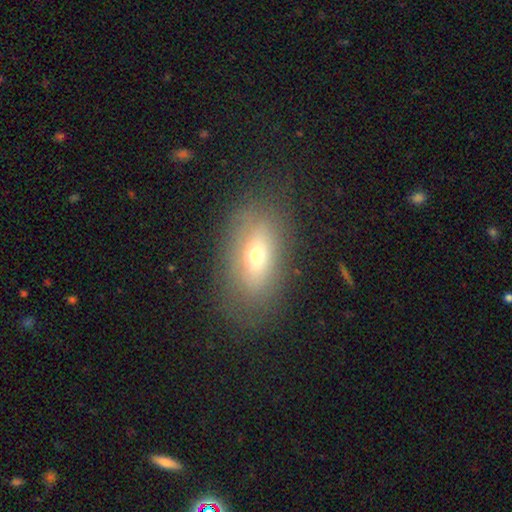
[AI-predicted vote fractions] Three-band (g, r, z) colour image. It shows a smooth galaxy with no disk features (59%) that is in between round and cigar-shaped (83%). Merging: none (79%).